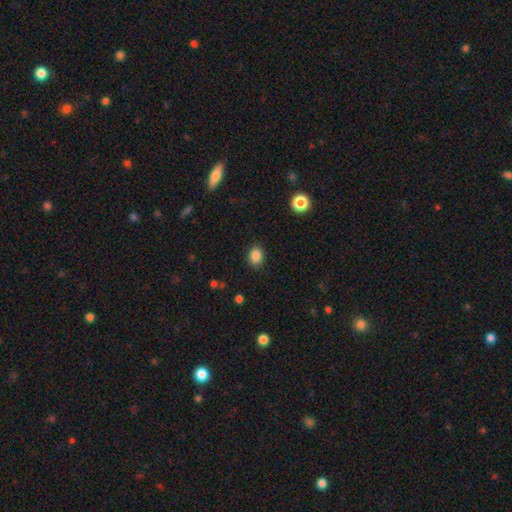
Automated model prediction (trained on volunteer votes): smooth_or_featured: smooth (p=0.86) [alt: star or artifact p=0.10]
how_rounded: in between (p=0.58) [alt: round p=0.41]
merging: none (p=0.87) [alt: minor disturbance p=0.09]